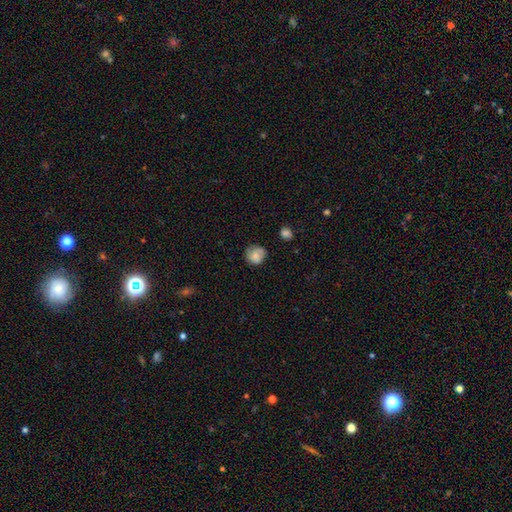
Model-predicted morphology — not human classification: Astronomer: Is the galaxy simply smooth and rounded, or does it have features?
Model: smooth — 75%.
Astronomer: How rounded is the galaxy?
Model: round — 81%.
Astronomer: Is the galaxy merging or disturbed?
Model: none — 66%.